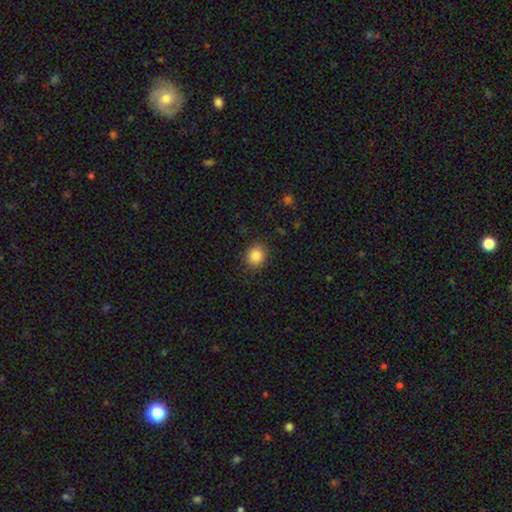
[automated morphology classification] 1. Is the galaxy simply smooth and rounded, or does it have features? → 86% smooth, 9% star or artifact, 4% featured or disk.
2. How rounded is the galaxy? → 72% round, 27% in between, 1% cigar-shaped.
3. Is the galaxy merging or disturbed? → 86% none, 10% minor disturbance, 3% major disturbance, 1% merger.